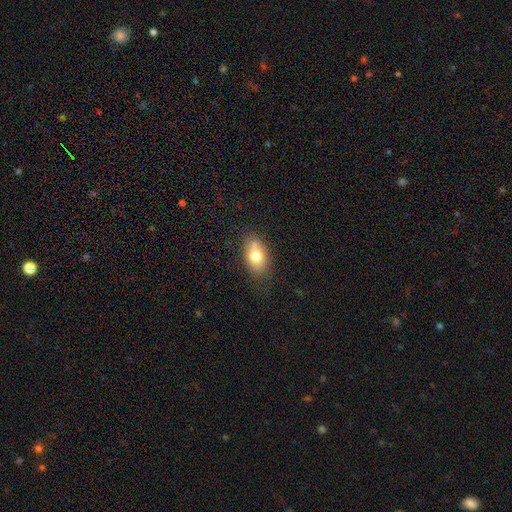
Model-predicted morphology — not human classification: This is likely a smooth galaxy (74%). How rounded: clearly in between (83%). Merging: likely none (63%).